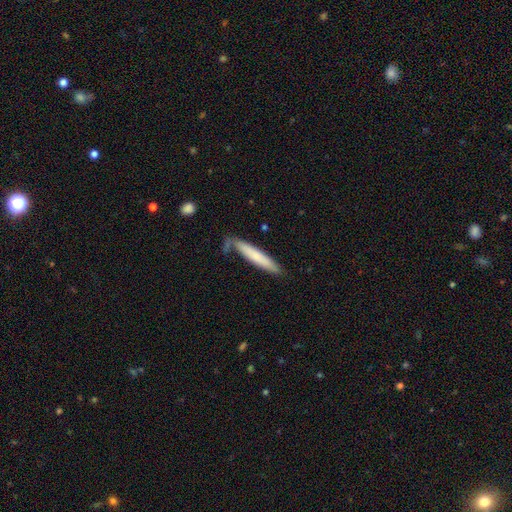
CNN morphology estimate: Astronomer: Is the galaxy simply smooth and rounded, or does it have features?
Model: smooth — 69%.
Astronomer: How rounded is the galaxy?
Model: cigar-shaped — 92%.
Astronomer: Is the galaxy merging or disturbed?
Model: none — 68%.